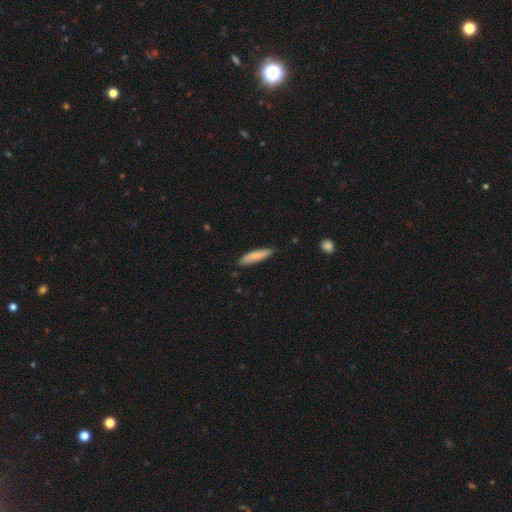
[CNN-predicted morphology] smooth 83%, featured or disk 11%, star or artifact 6%. Down the decision tree: how rounded — cigar-shaped (83%); merging — none (85%).